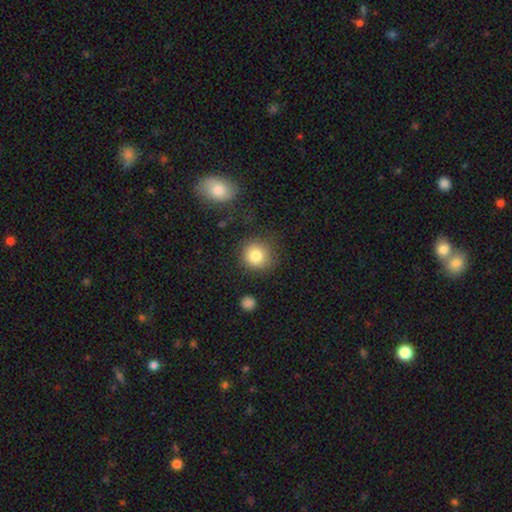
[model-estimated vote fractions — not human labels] Smooth or featured? Predicted: smooth (p=0.82). How rounded? Predicted: round (p=0.91). Merging? Predicted: none (p=0.82).